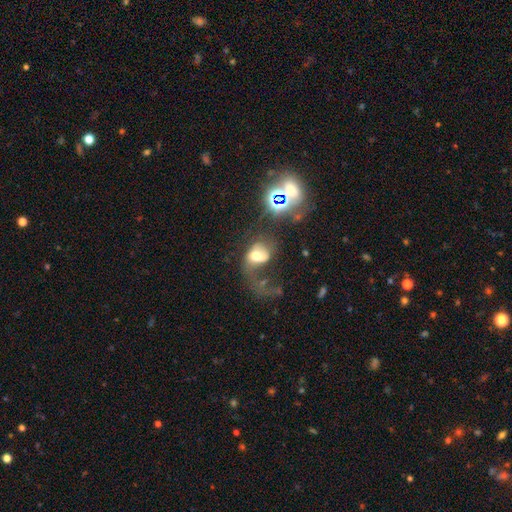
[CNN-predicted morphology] This appears to be a smooth galaxy with no disk features (44%). Merging: major disturbance (53%).